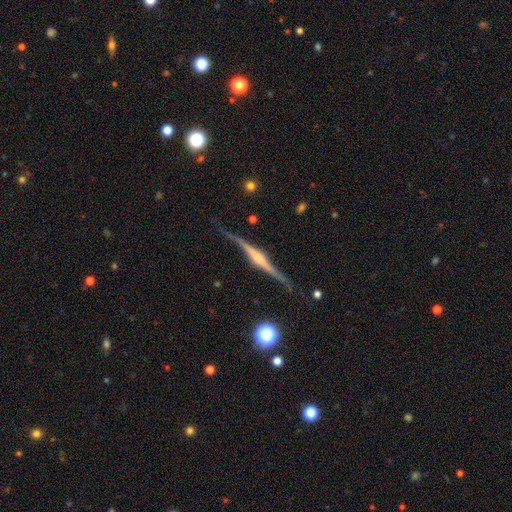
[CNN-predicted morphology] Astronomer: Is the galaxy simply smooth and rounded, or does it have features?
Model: featured or disk — 87%.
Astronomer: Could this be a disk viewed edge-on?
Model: yes — 97%.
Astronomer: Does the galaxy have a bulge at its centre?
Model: rounded — 75%.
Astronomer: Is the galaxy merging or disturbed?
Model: none — 82%.